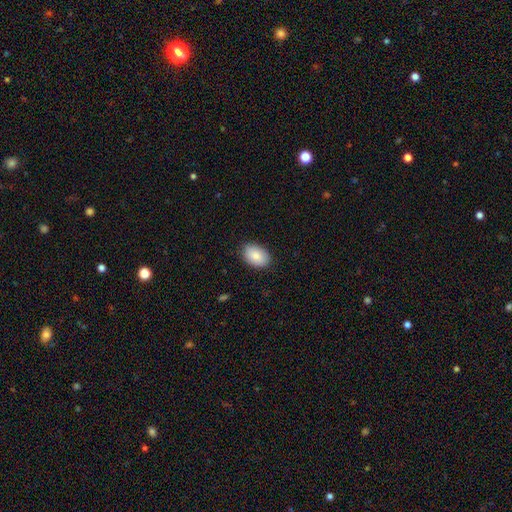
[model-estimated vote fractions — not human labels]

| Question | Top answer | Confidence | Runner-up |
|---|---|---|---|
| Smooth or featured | smooth | 87% | featured or disk (6%) |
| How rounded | in between | 89% | round (10%) |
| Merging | none | 86% | minor disturbance (11%) |